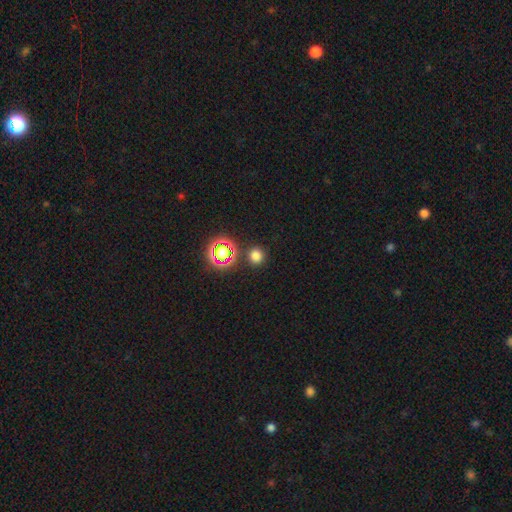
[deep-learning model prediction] Smooth or featured? smooth (72%)
How rounded? round (90%)
Merging? none (86%)